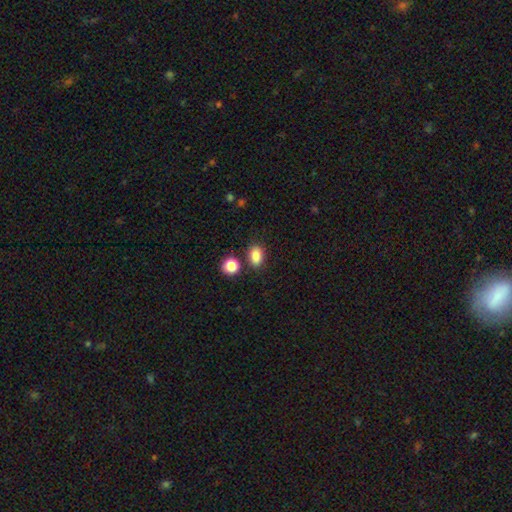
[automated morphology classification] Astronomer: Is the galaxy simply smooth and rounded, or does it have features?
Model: smooth — 85%.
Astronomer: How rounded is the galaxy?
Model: in between — 78%.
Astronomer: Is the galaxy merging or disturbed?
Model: none — 79%.